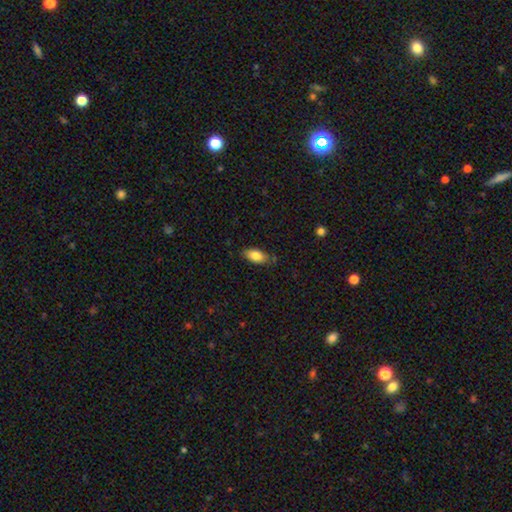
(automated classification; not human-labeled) This appears to be a smooth galaxy with no disk features (81%) that is in between round and cigar-shaped (90%). Merging: none (75%).